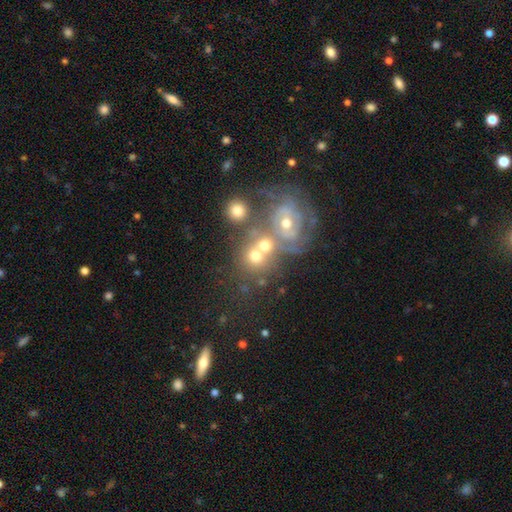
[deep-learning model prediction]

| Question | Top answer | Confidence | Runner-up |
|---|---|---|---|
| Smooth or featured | smooth | 54% | featured or disk (31%) |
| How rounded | round | 76% | in between (23%) |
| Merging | merger | 46% | none (37%) |